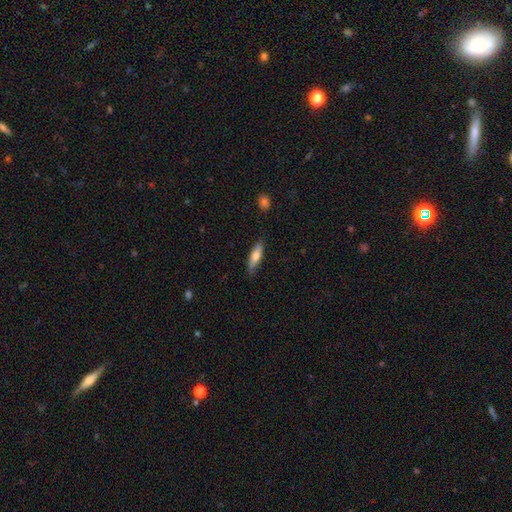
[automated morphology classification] smooth-or-featured: smooth: 64% | featured or disk: 30% | star or artifact: 6%
  how-rounded: cigar-shaped: 60% | in between: 38% | round: 2%
  merging: none: 81% | minor disturbance: 15% | major disturbance: 3% | merger: 1%